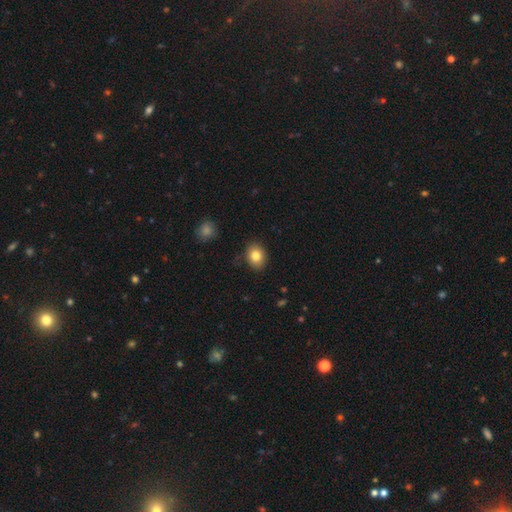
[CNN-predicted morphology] smooth-or-featured: smooth: 81% | star or artifact: 9% | featured or disk: 9%
  how-rounded: in between: 55% | round: 44% | cigar-shaped: 1%
  merging: none: 85% | minor disturbance: 11% | major disturbance: 2% | merger: 1%